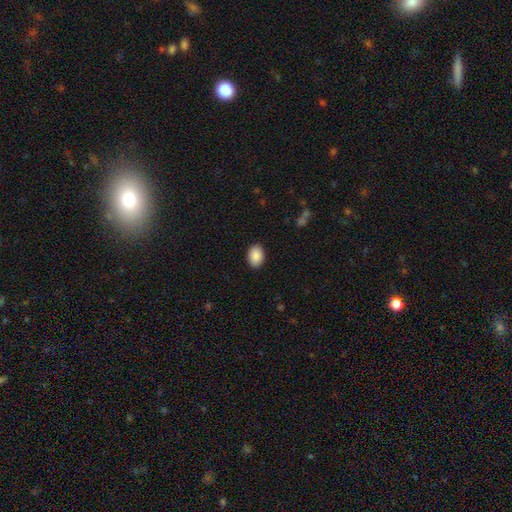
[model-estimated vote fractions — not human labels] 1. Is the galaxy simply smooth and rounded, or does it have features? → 90% smooth, 7% star or artifact, 3% featured or disk.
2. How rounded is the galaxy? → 79% in between, 20% round, 1% cigar-shaped.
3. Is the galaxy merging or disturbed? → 90% none, 7% minor disturbance, 2% major disturbance, 1% merger.